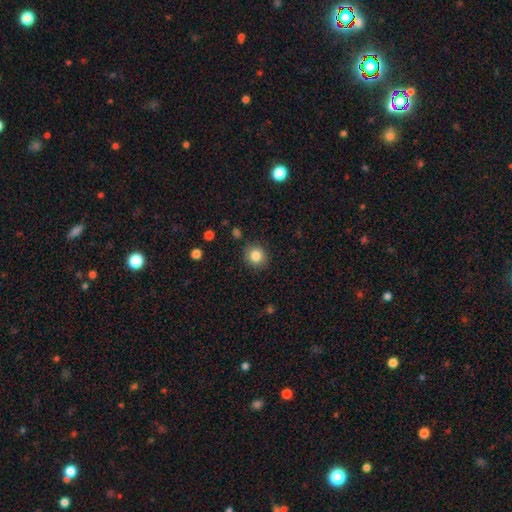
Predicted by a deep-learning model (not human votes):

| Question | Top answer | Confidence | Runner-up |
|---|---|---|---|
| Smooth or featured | smooth | 84% | star or artifact (10%) |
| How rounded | round | 87% | in between (12%) |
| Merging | none | 87% | minor disturbance (8%) |